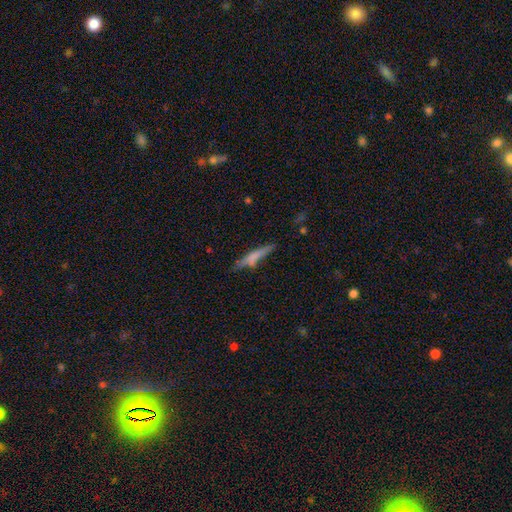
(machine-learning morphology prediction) Smooth or featured? Predicted: smooth (p=0.52). How rounded? Predicted: cigar-shaped (p=0.90). Merging? Predicted: none (p=0.70).